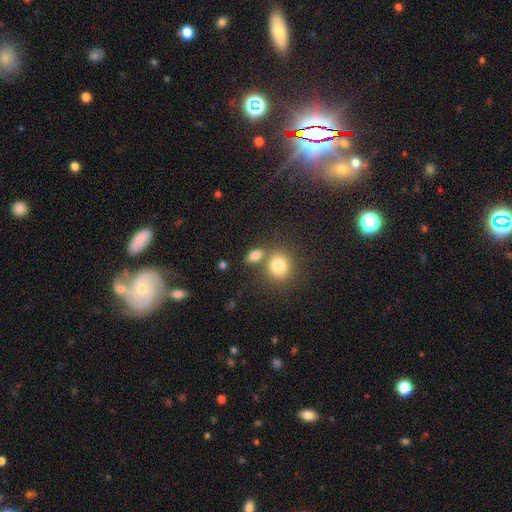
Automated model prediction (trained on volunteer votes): smooth_or_featured: smooth (p=0.80) [alt: star or artifact p=0.11]
how_rounded: in between (p=0.70) [alt: round p=0.25]
merging: none (p=0.58) [alt: merger p=0.26]